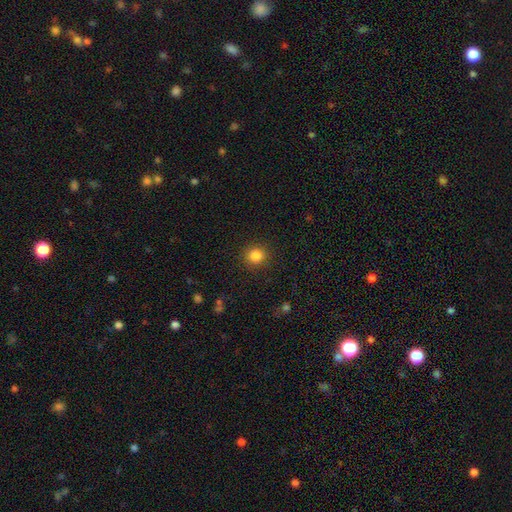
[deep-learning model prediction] Overall: smooth (85%). How rounded: round (87%). Merging: none (90%).